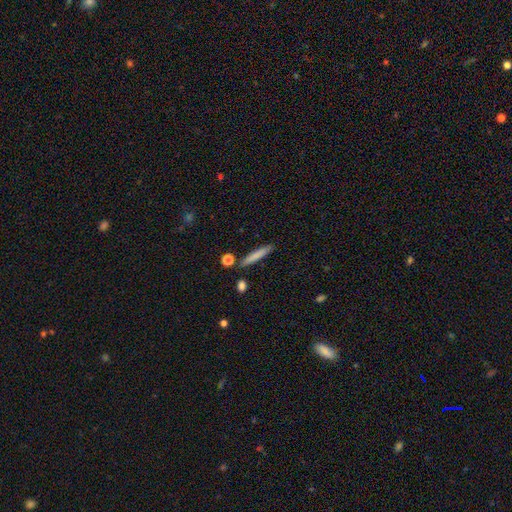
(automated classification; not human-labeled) The model was most divided on "smooth or featured": smooth: 75%, featured or disk: 18%, star or artifact: 6%. More confident: how rounded — cigar-shaped (93%); merging — none (84%).